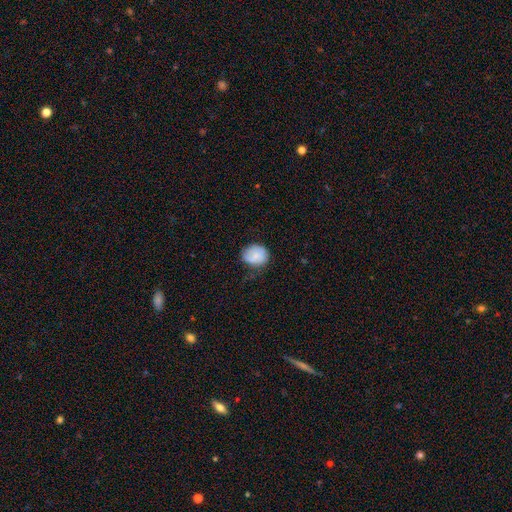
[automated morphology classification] A smooth galaxy with no disk features (79%) that is round (61%). Merging: none (62%).